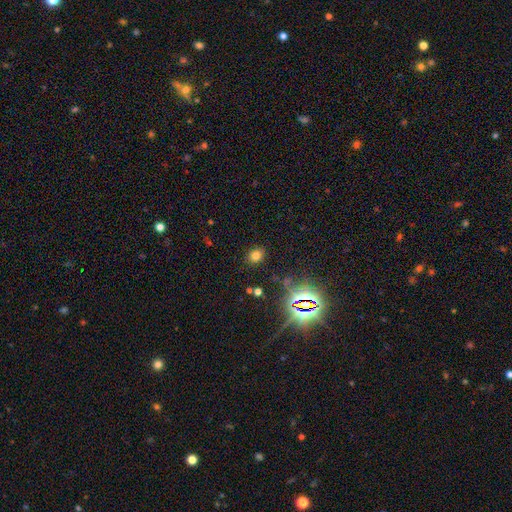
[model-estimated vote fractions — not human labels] Smooth or featured: smooth — 69% (star or artifact — 23%)
How rounded: round — 58% (in between — 41%)
Merging: none — 86% (minor disturbance — 9%)